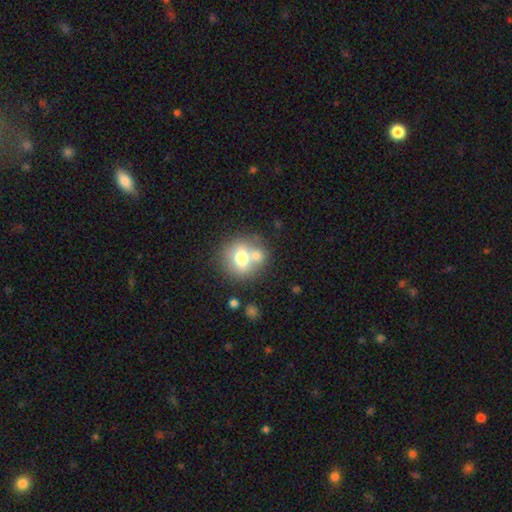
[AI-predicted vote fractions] This appears to be a smooth galaxy with no disk features (66%) that is round (74%). Merging: none (45%).